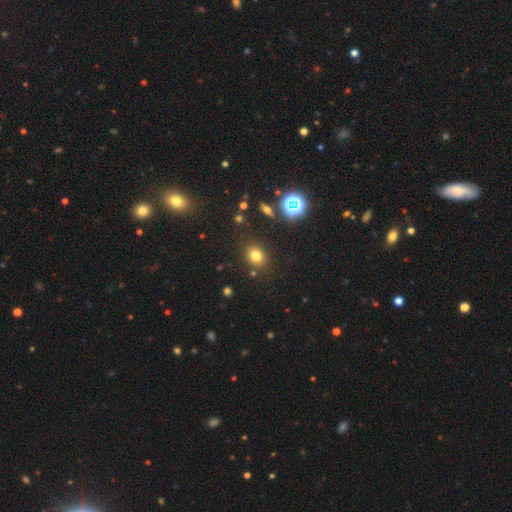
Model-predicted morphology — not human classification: type=smooth (75%); roundness=round (51%); merging=none (83%).